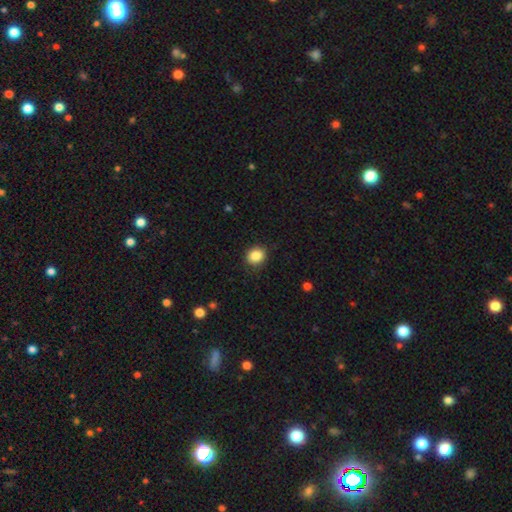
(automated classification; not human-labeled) A smooth galaxy with no disk features (87%) that is round (67%). Merging: none (87%).